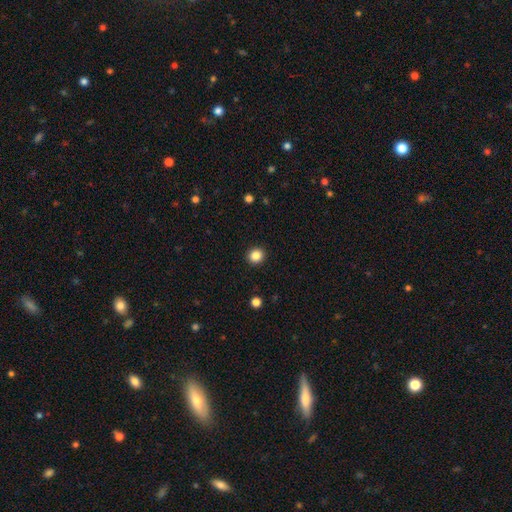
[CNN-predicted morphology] Smooth or featured? Predicted: smooth (p=0.86). How rounded? Predicted: round (p=0.88). Merging? Predicted: none (p=0.92).